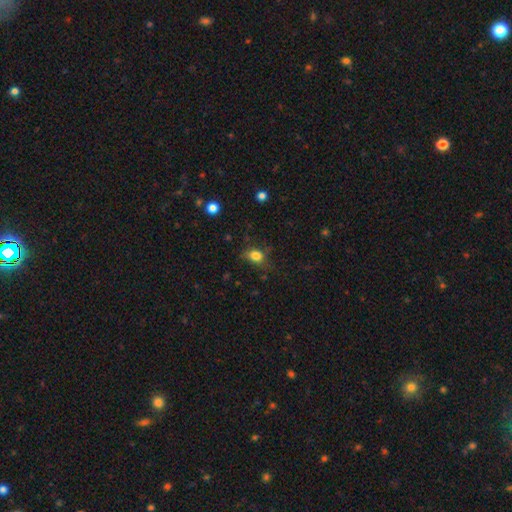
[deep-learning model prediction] Morphology: type=smooth (80%); roundness=in between (56%); merging=none (64%).